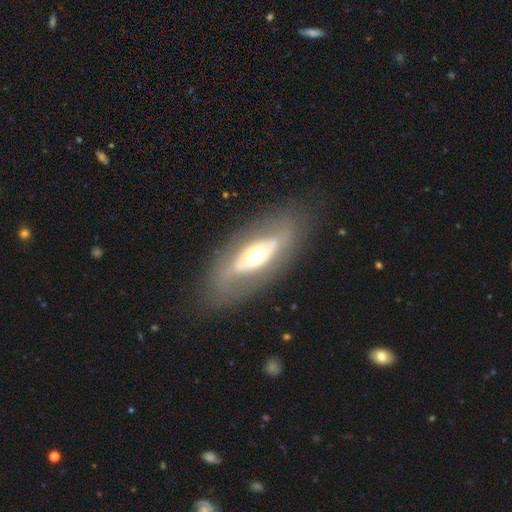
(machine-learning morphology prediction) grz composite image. It shows a featured or disk galaxy (57%). Merging: none (75%).